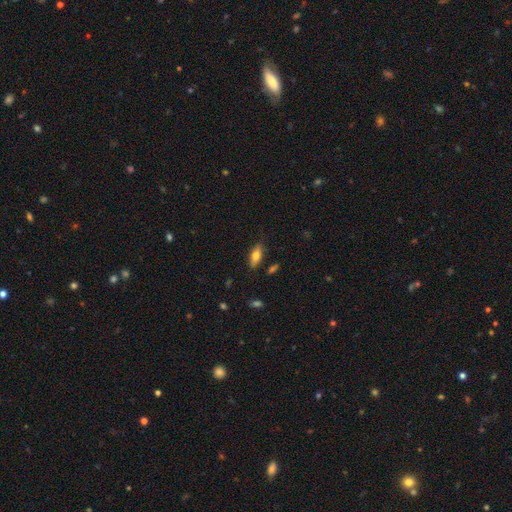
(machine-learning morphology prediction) Smooth or featured? Predicted: smooth (p=0.71). How rounded? Predicted: in between (p=0.76). Merging? Predicted: none (p=0.81).